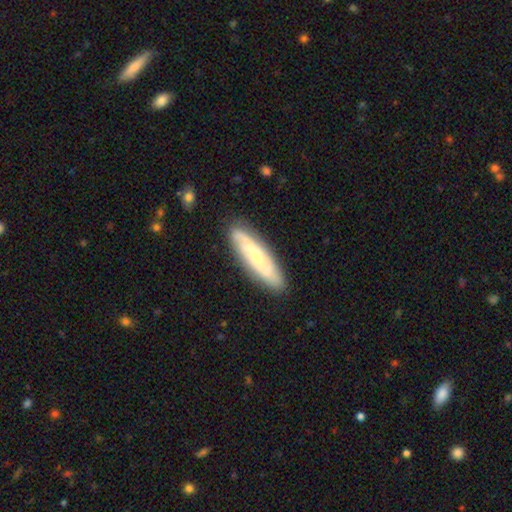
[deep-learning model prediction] Smooth or featured? featured or disk (57%)
Edge-on disk? no (66%)
Merging? none (85%)